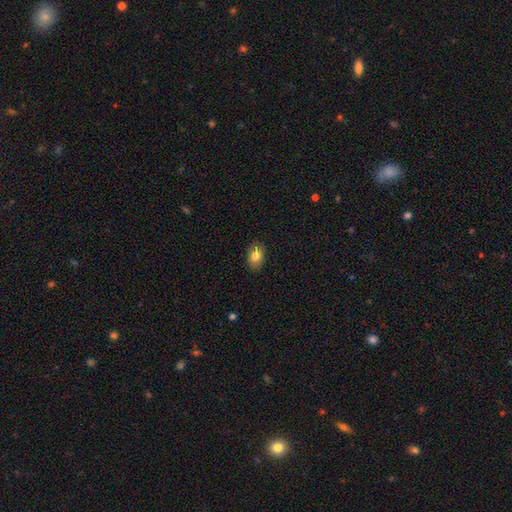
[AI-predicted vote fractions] smooth 80%, featured or disk 12%, star or artifact 8%. Down the decision tree: how rounded — in between (85%); merging — none (86%).